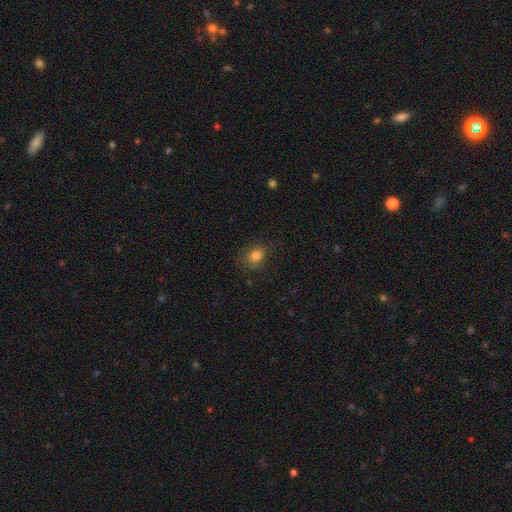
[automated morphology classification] type=smooth (82%); roundness=round (56%); merging=none (76%).